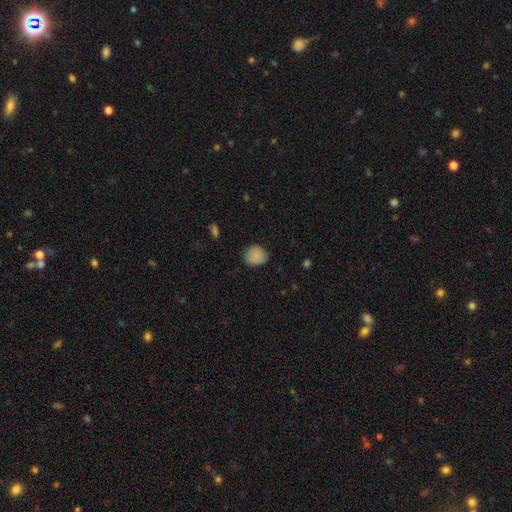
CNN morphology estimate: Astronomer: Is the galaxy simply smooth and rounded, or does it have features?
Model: smooth — 86%.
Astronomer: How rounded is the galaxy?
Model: round — 76%.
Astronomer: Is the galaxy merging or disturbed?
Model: none — 77%.